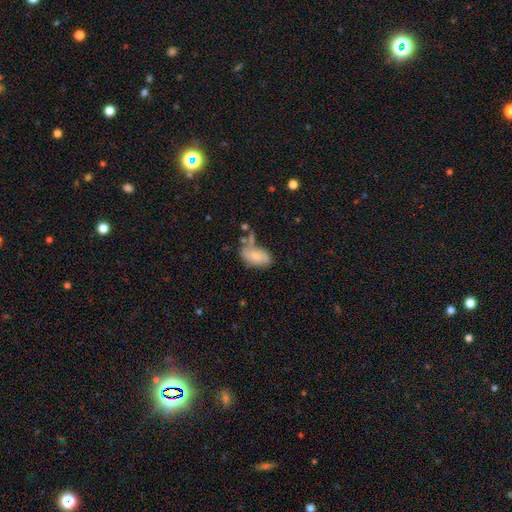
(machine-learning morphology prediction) Smooth or featured? Predicted: smooth (p=0.63). How rounded? Predicted: in between (p=0.92). Merging? Predicted: none (p=0.37).